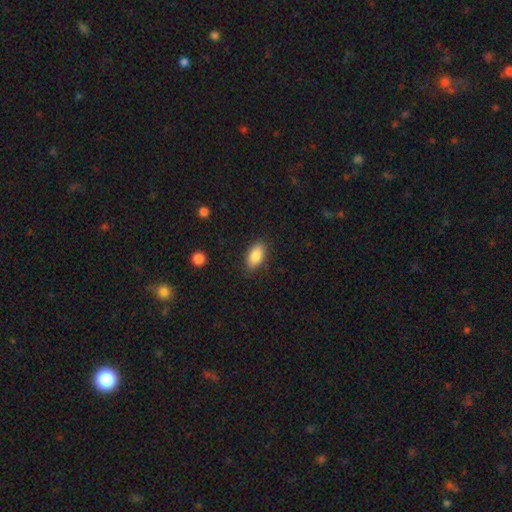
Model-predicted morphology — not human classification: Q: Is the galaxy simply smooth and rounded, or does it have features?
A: smooth — 87%.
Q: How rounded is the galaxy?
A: in between — 92%.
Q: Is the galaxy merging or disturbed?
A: none — 84%.